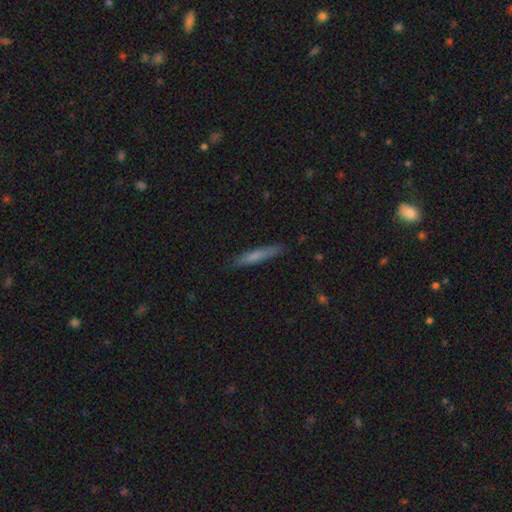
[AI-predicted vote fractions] A smooth galaxy with no disk features (68%) that is cigar-shaped (94%). Merging: none (87%).